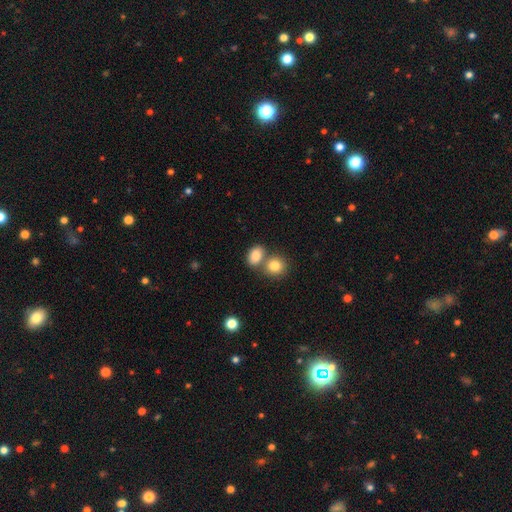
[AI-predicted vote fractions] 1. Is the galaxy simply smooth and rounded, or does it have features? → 84% smooth, 9% star or artifact, 8% featured or disk.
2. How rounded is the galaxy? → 68% in between, 30% round, 1% cigar-shaped.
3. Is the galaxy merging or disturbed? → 47% none, 40% merger, 10% minor disturbance, 3% major disturbance.